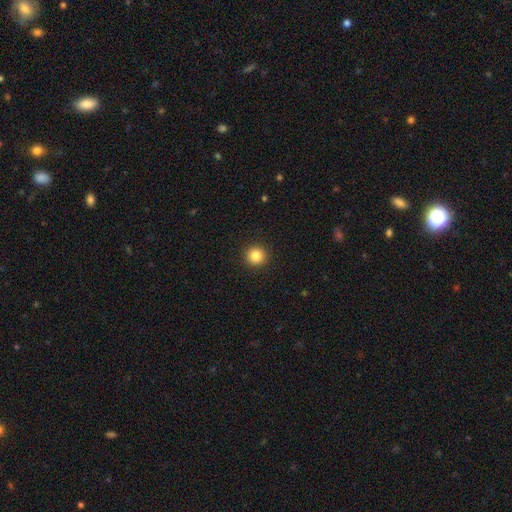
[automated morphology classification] A smooth galaxy with no disk features (85%) that is round (95%).

Vote fractions:
- Smooth or featured? smooth: 85% / star or artifact: 10% / featured or disk: 5%
- How rounded? round: 95% / in between: 4% / cigar-shaped: 1%
- Merging? none: 93% / minor disturbance: 4% / major disturbance: 2% / merger: 1%